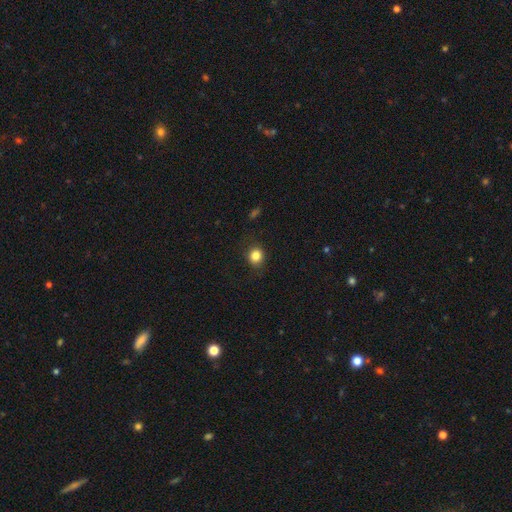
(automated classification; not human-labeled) Smooth or featured: smooth — 84% (star or artifact — 11%)
How rounded: round — 77% (in between — 22%)
Merging: none — 84% (minor disturbance — 12%)